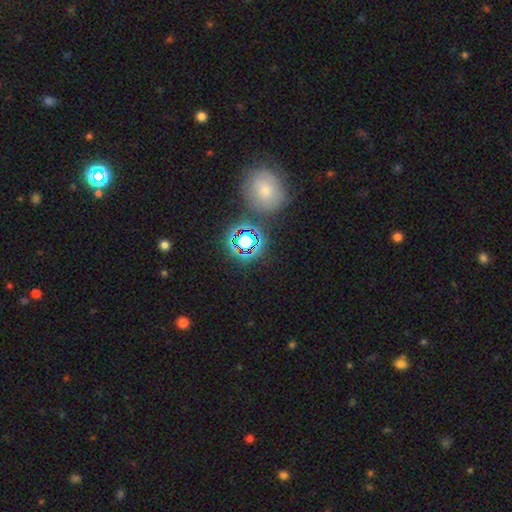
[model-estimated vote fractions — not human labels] The model was most divided on "smooth or featured": star or artifact: 58%, smooth: 28%, featured or disk: 14%.